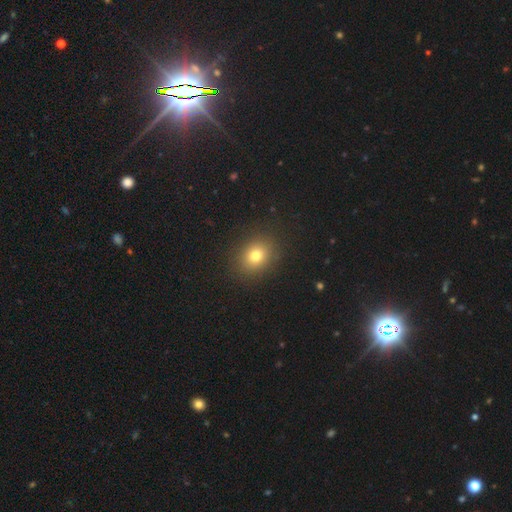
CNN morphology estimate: Q: Smooth or featured?
A: smooth (77%); runner-up: star or artifact (15%)
Q: How rounded?
A: round (60%); runner-up: in between (40%)
Q: Merging?
A: none (89%); runner-up: minor disturbance (7%)